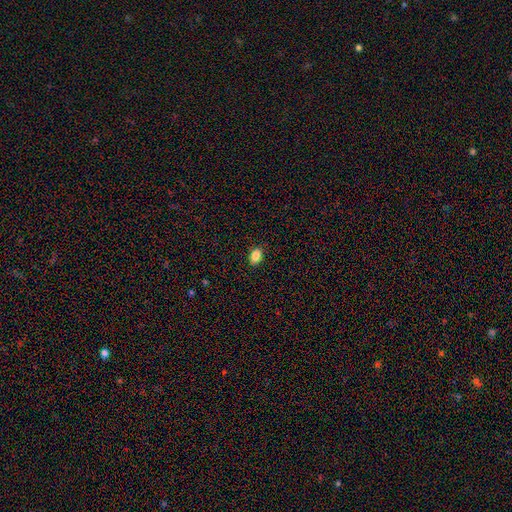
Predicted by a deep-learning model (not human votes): Smooth or featured? Predicted: smooth (p=0.87). How rounded? Predicted: in between (p=0.82). Merging? Predicted: none (p=0.89).